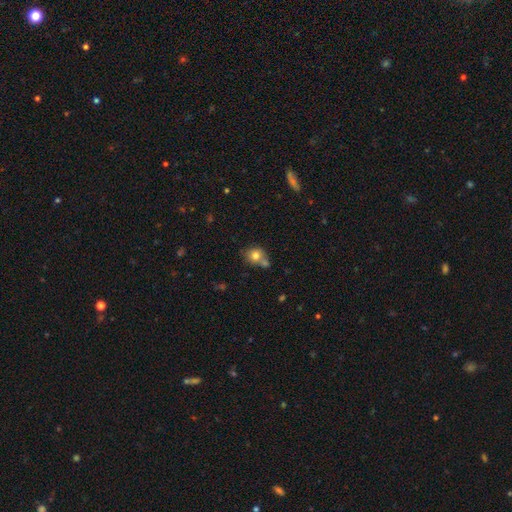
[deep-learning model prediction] Overall: smooth (77%). How rounded: round (74%). Merging: none (52%; merger 31%).